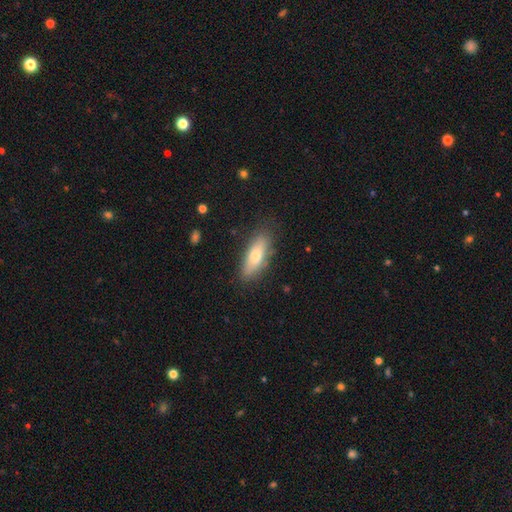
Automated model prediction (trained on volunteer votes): Q: Smooth or featured?
A: smooth (67%); runner-up: featured or disk (26%)
Q: How rounded?
A: in between (59%); runner-up: cigar-shaped (38%)
Q: Merging?
A: none (82%); runner-up: minor disturbance (13%)